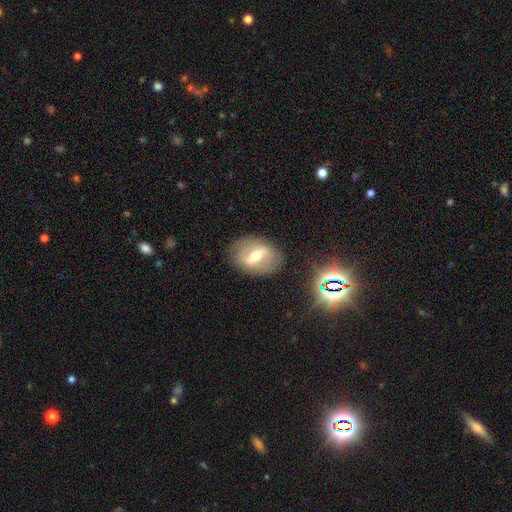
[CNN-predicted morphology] type=featured or disk (66%); edge-on=no (86%); bar=strong (66%); spiral arms=no (69%); bulge=moderate (70%); merging=none (81%).